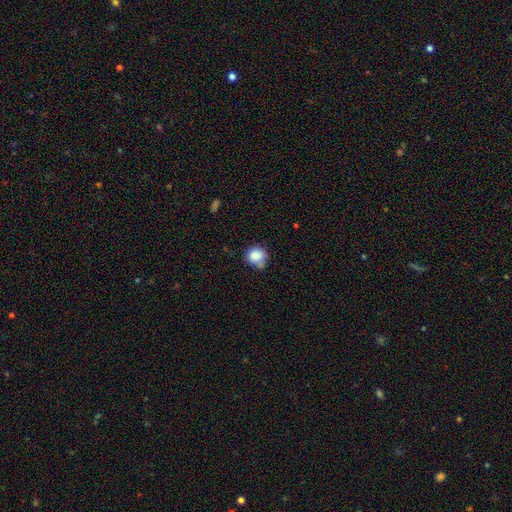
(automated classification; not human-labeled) Overall: smooth (84%). How rounded: round (76%). Merging: none (50%; minor disturbance 30%).